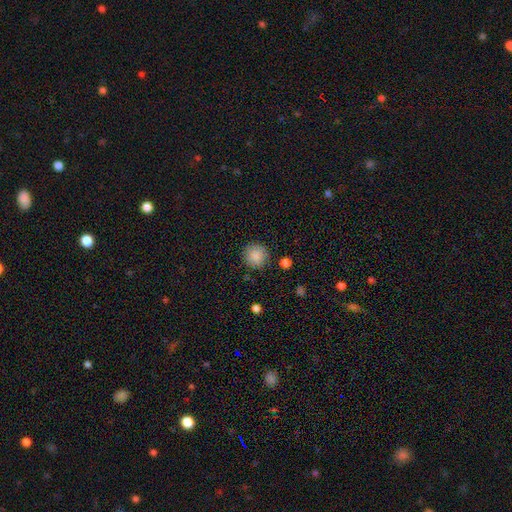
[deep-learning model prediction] Smooth or featured? smooth (87%)
How rounded? round (94%)
Merging? none (88%)